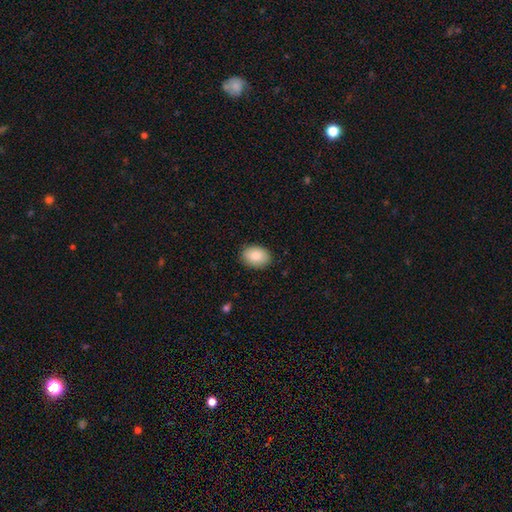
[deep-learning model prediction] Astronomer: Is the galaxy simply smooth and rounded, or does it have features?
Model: smooth — 88%.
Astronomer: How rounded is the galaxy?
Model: in between — 79%.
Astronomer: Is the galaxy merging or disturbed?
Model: none — 87%.